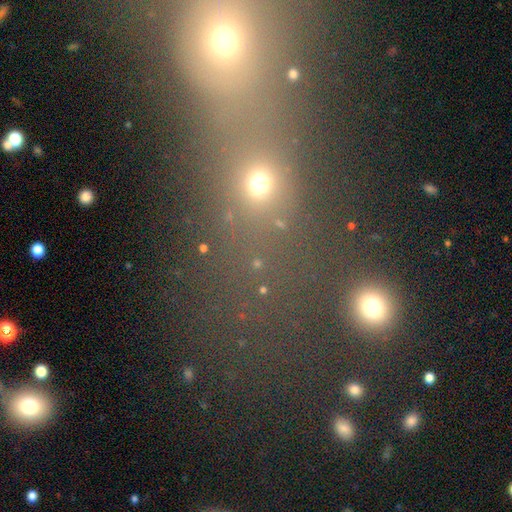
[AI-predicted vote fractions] smooth_or_featured: smooth (p=0.54) [alt: star or artifact p=0.34]
how_rounded: round (p=0.64) [alt: in between p=0.28]
merging: merger (p=0.44) [alt: none p=0.42]